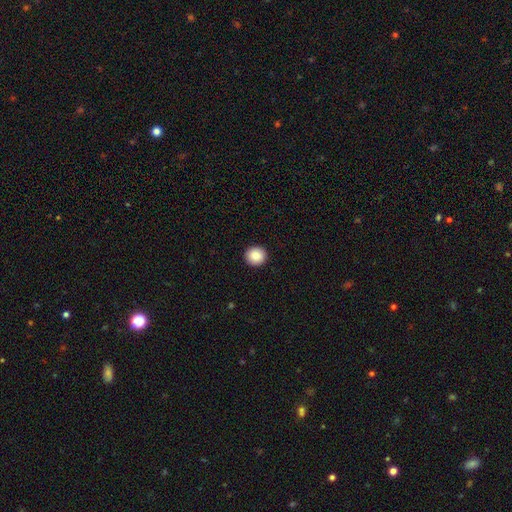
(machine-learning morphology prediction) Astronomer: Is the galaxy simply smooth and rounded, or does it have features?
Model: smooth — 88%.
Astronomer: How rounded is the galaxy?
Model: round — 92%.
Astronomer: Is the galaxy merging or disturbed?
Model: none — 93%.